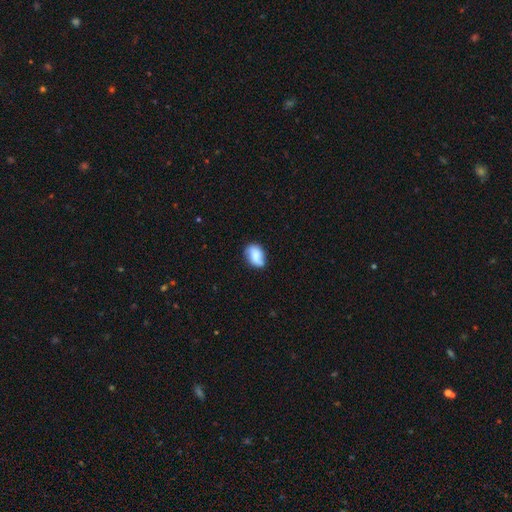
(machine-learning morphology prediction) Smooth or featured? smooth (63%)
How rounded? in between (80%)
Merging? none (64%)